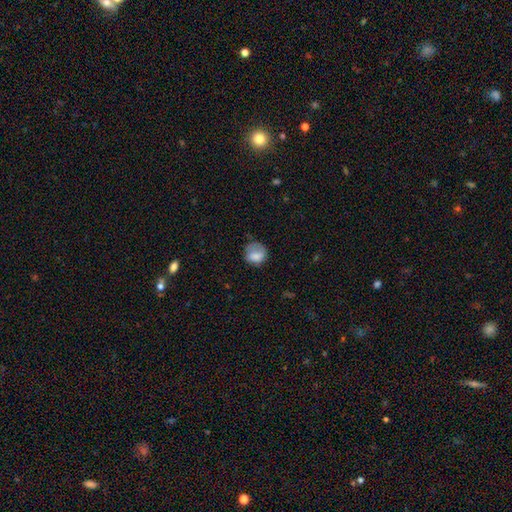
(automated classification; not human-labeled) Smooth or featured? Predicted: smooth (p=0.78). How rounded? Predicted: round (p=0.73). Merging? Predicted: none (p=0.51).